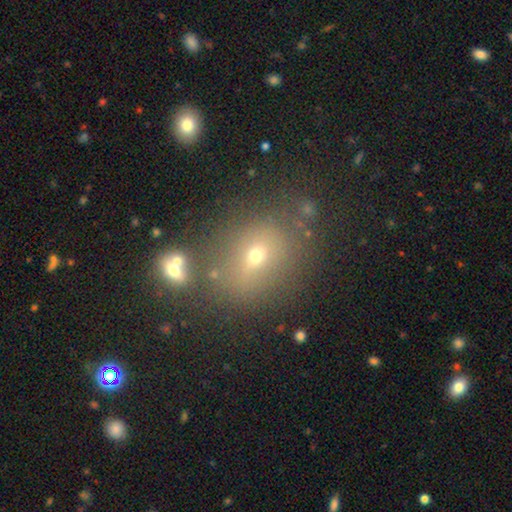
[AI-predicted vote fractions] This appears to be a smooth galaxy with no disk features (59%) that is in between round and cigar-shaped (50%). Merging: none (65%).